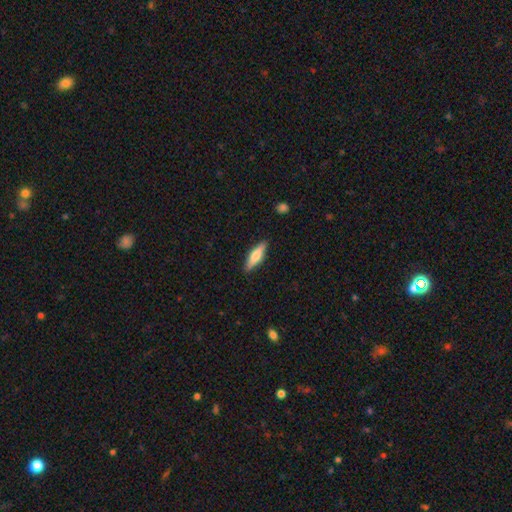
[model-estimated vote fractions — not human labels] smooth 58%, featured or disk 36%, star or artifact 6%. Down the decision tree: how rounded — cigar-shaped (69%); merging — none (88%).